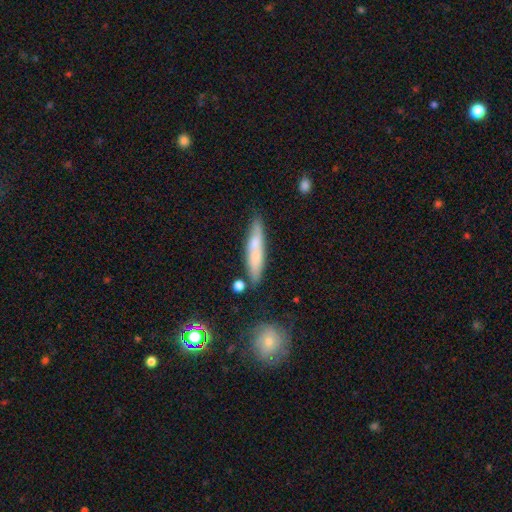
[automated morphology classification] Overall: smooth (57%; featured or disk 33%). How rounded: cigar-shaped (86%). Merging: none (74%).